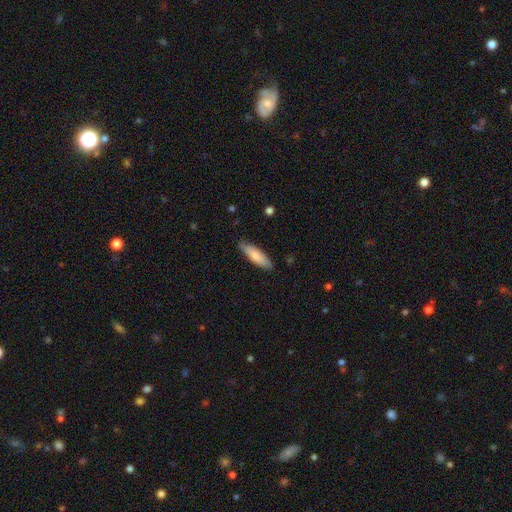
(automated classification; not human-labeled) smooth_or_featured: smooth (p=0.81) [alt: featured or disk p=0.14]
how_rounded: cigar-shaped (p=0.57) [alt: in between p=0.42]
merging: none (p=0.84) [alt: minor disturbance p=0.13]